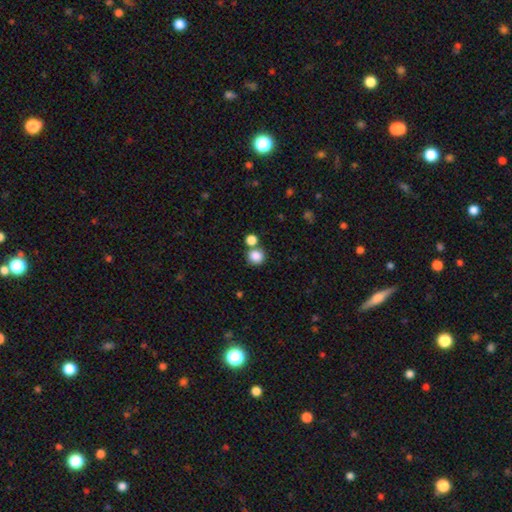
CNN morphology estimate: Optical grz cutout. It shows a smooth galaxy with no disk features (85%) that is round (86%). Merging: none (63%).